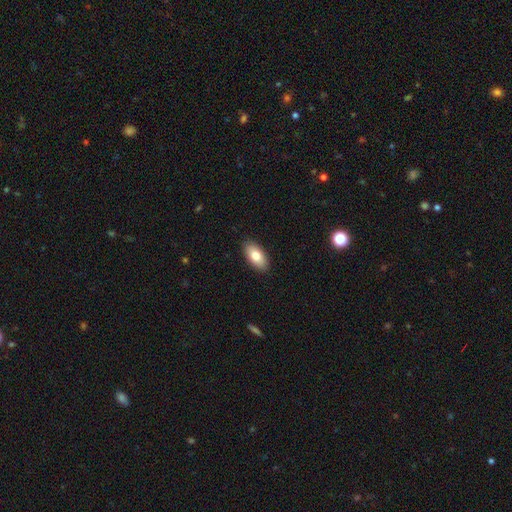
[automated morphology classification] A smooth galaxy with no disk features (80%) that is in between round and cigar-shaped (92%). Merging: none (90%).